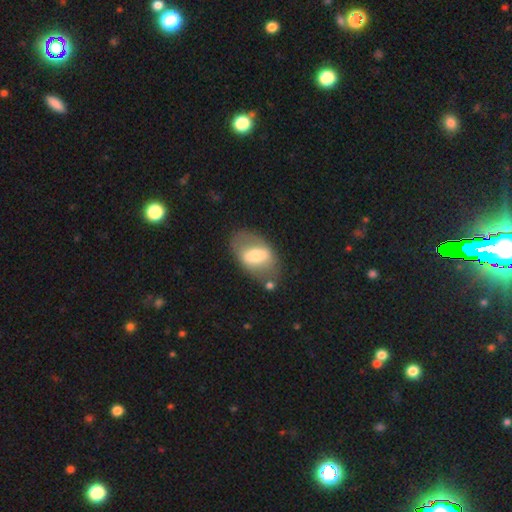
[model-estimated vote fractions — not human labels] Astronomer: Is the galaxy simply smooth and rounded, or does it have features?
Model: featured or disk — 49% (runner-up: smooth, 43%).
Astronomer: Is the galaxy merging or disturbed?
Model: none — 65%.